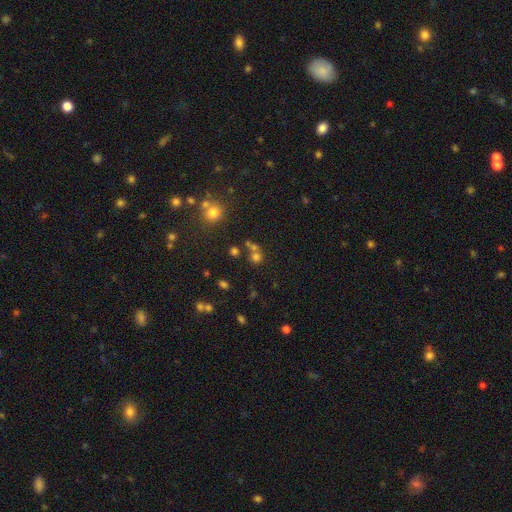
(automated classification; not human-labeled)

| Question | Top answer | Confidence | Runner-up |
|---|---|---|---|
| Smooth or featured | smooth | 57% | star or artifact (31%) |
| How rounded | round | 84% | in between (15%) |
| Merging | none | 54% | merger (32%) |